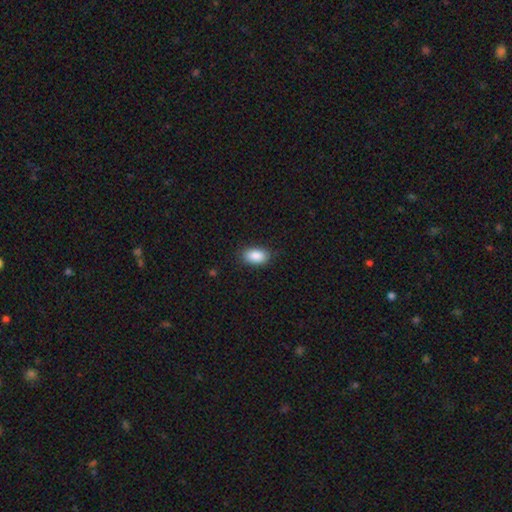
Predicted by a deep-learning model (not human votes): smooth 89%, star or artifact 7%, featured or disk 4%. Down the decision tree: how rounded — in between (92%); merging — none (86%).